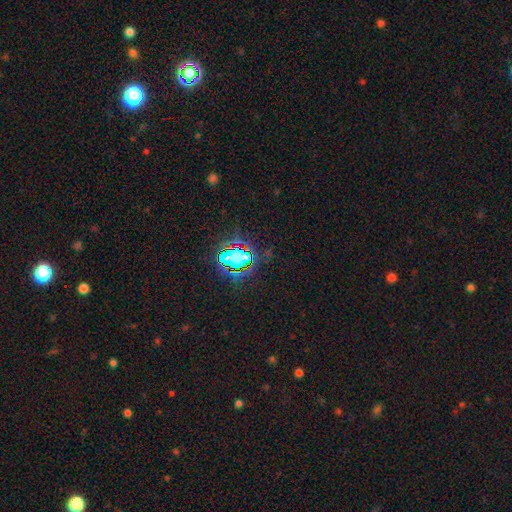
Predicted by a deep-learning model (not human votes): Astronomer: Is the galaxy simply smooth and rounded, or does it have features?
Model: star or artifact — 82%.